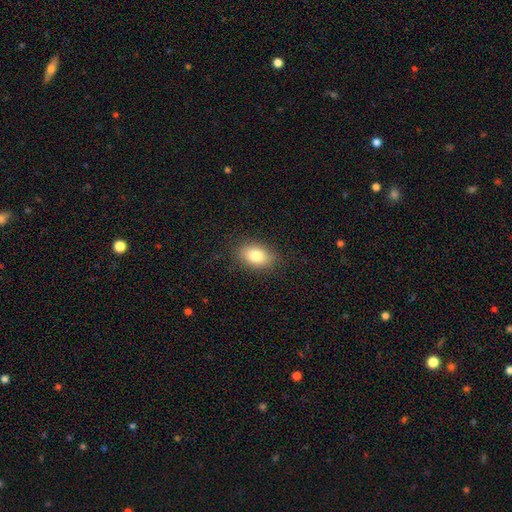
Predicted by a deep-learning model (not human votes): A smooth galaxy with no disk features (81%) that is in between round and cigar-shaped (84%).

Vote fractions:
- Smooth or featured? smooth: 81% / featured or disk: 10% / star or artifact: 9%
- How rounded? in between: 84% / round: 14% / cigar-shaped: 1%
- Merging? none: 85% / minor disturbance: 11% / major disturbance: 3% / merger: 1%